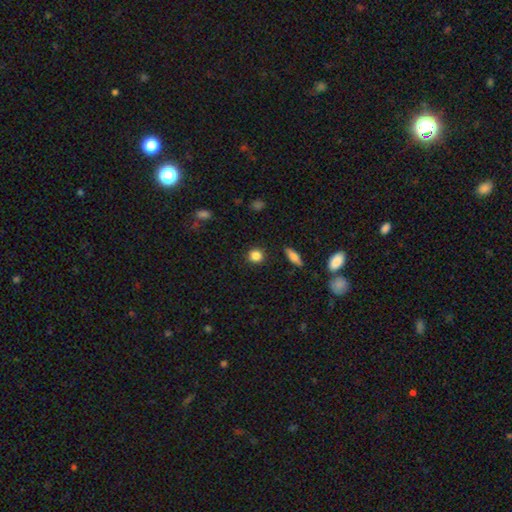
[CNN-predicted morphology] Smooth or featured?
  - smooth: 85% *
  - star or artifact: 11%
  - featured or disk: 5%
How rounded?
  - round: 87% *
  - in between: 11%
  - cigar-shaped: 2%
Merging?
  - none: 90% *
  - minor disturbance: 7%
  - major disturbance: 2%
  - merger: 2%